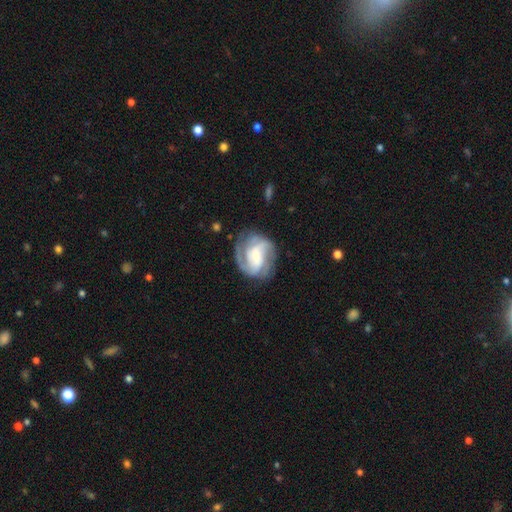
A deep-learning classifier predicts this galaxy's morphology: Smooth or featured? Predicted: featured or disk (p=0.84). Edge-on disk? Predicted: no (p=0.98). Bar? Predicted: weak (p=0.44). Spiral arms? Predicted: yes (p=0.96). Spiral winding? Predicted: medium (p=0.45). Spiral arm count? Predicted: 2 (p=0.49). Bulge size? Predicted: small (p=0.48). Merging? Predicted: none (p=0.70).